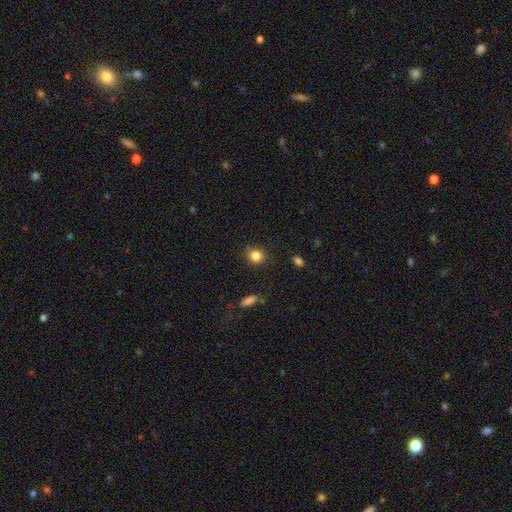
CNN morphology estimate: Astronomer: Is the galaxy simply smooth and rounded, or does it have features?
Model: smooth — 83%.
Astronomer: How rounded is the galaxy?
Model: round — 86%.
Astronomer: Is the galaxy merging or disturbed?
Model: none — 83%.